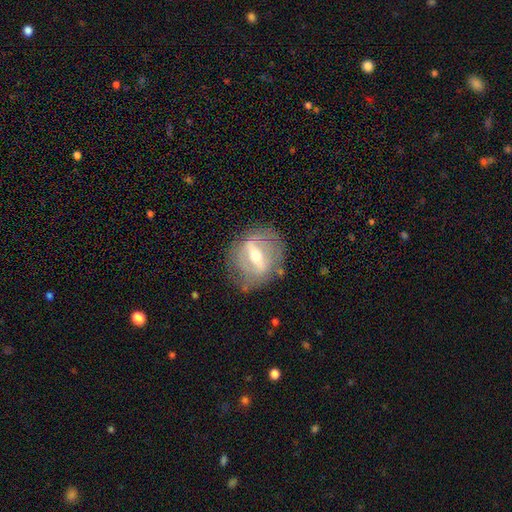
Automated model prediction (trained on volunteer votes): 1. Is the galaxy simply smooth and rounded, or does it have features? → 76% featured or disk, 17% smooth, 7% star or artifact.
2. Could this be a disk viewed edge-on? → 78% no, 22% yes.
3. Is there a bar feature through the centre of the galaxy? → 71% strong, 22% weak, 6% no.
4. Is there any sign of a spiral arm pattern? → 64% no, 36% yes.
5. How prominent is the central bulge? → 67% moderate, 24% small, 7% large, 1% dominant, 1% none.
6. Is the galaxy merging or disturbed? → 74% none, 17% minor disturbance, 8% major disturbance, 2% merger.